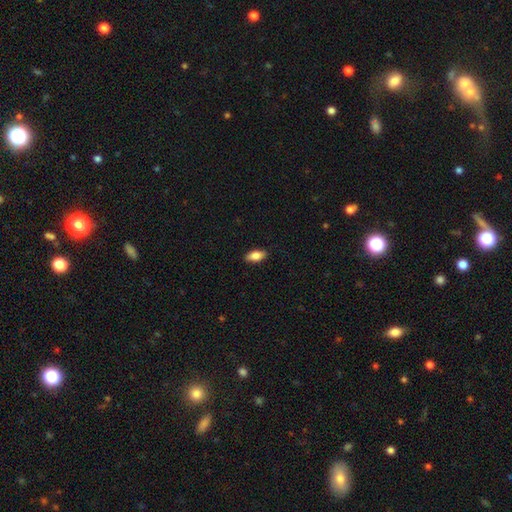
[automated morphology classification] The model was most divided on "smooth or featured": smooth: 83%, featured or disk: 10%, star or artifact: 7%. More confident: how rounded — in between (88%); merging — none (88%).